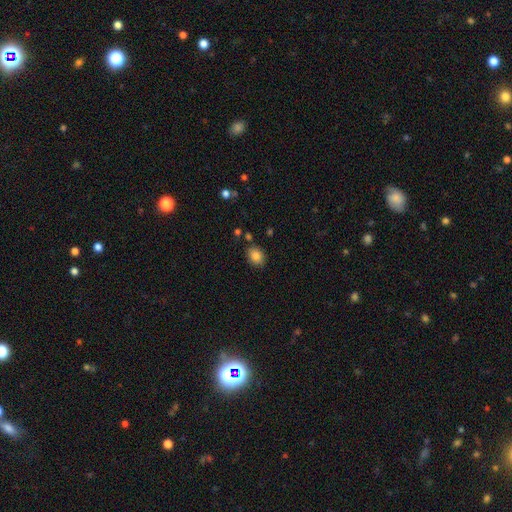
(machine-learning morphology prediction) This appears to be a smooth galaxy with no disk features (85%) that is in between round and cigar-shaped (56%). Merging: none (83%).